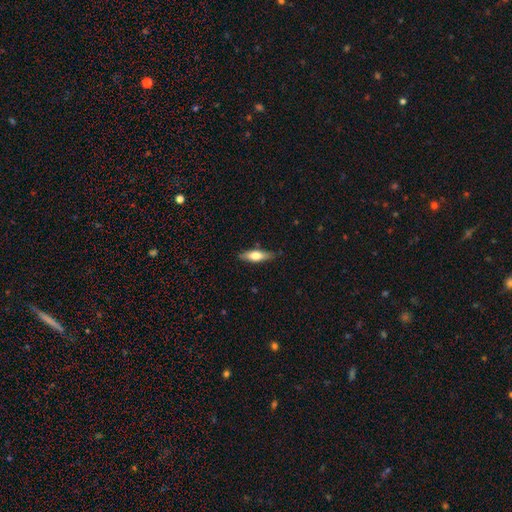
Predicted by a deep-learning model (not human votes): A smooth galaxy with no disk features (64%) that is in between round and cigar-shaped (49%).

Vote fractions:
- Smooth or featured? smooth: 64% / featured or disk: 30% / star or artifact: 6%
- How rounded? in between: 49% / cigar-shaped: 48% / round: 2%
- Merging? none: 80% / minor disturbance: 16% / major disturbance: 3% / merger: 1%